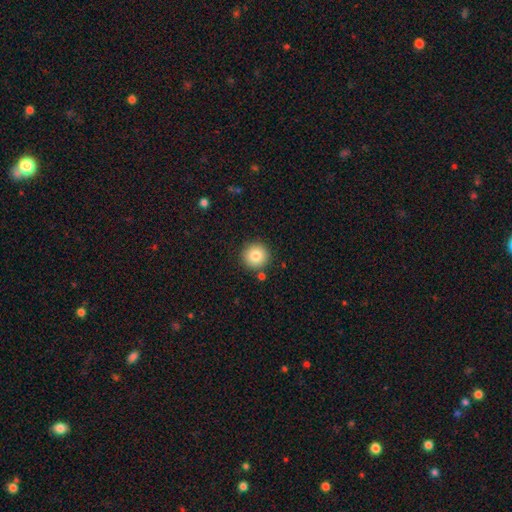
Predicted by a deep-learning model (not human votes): This is clearly a smooth galaxy (83%). How rounded: clearly round (95%). Merging: clearly none (87%).